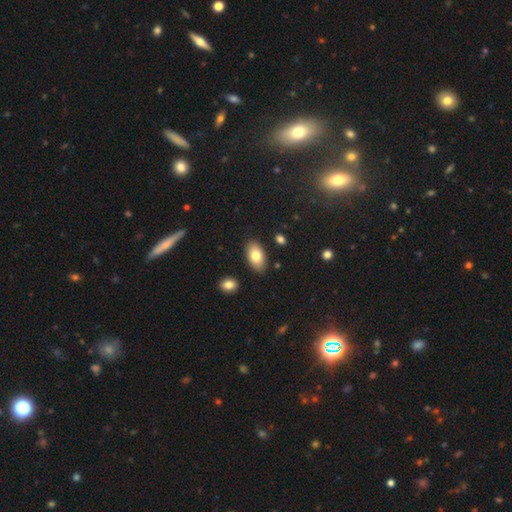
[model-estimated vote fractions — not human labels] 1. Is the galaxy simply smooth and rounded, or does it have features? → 79% smooth, 14% featured or disk, 7% star or artifact.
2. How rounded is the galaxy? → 94% in between, 4% round, 2% cigar-shaped.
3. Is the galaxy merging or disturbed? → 85% none, 10% minor disturbance, 3% merger, 2% major disturbance.